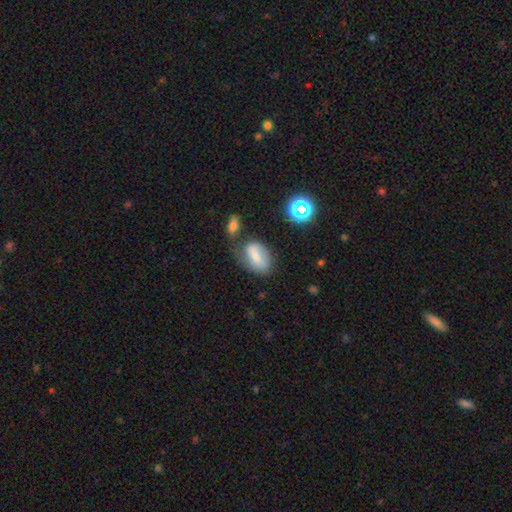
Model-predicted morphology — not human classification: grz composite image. It shows a smooth galaxy with no disk features (61%) that is in between round and cigar-shaped (85%). Merging: none (48%).